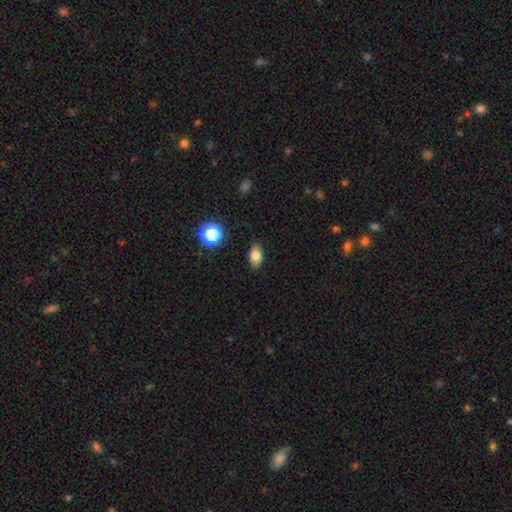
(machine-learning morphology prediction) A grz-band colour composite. It shows a smooth galaxy with no disk features (79%) that is in between round and cigar-shaped (86%). Merging: none (87%).